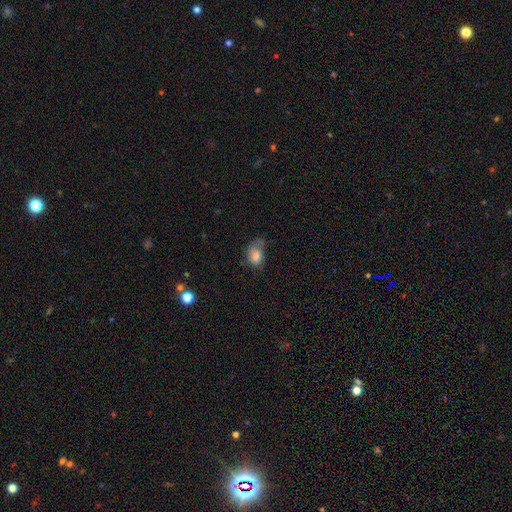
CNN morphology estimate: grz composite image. It shows a smooth galaxy with no disk features (76%) that is in between round and cigar-shaped (73%). Merging: minor disturbance (34%).